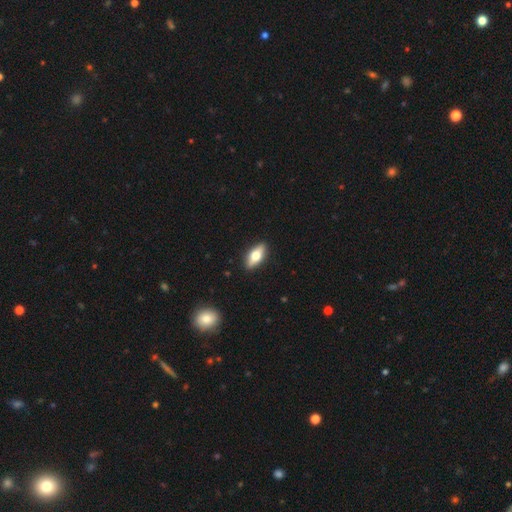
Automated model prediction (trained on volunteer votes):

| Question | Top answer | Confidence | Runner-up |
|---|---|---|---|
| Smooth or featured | smooth | 56% | featured or disk (38%) |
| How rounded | in between | 76% | cigar-shaped (21%) |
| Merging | none | 89% | minor disturbance (8%) |